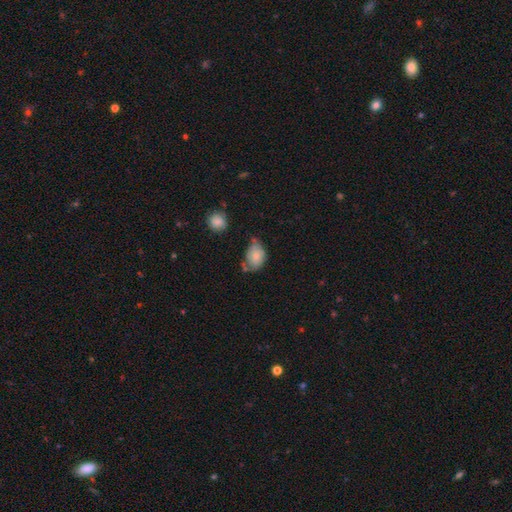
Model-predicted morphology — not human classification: Smooth or featured? Predicted: smooth (p=0.77). How rounded? Predicted: in between (p=0.75). Merging? Predicted: none (p=0.39).